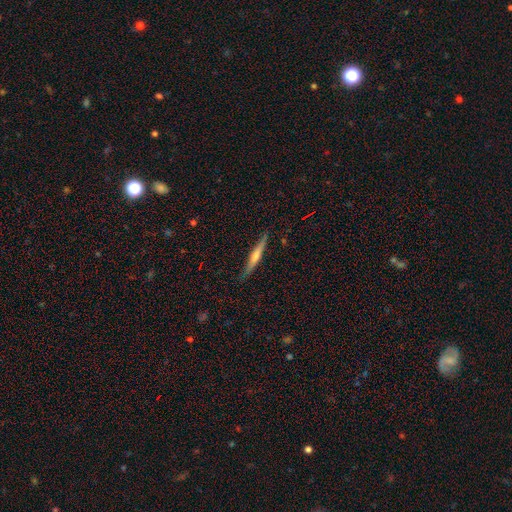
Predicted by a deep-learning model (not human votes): Smooth or featured?
  - featured or disk: 63% *
  - smooth: 31%
  - star or artifact: 6%
Edge-on disk?
  - yes: 97% *
  - no: 3%
Edge-on bulge?
  - rounded: 69% *
  - none: 20%
  - boxy: 11%
Merging?
  - none: 88% *
  - minor disturbance: 9%
  - major disturbance: 2%
  - merger: 1%